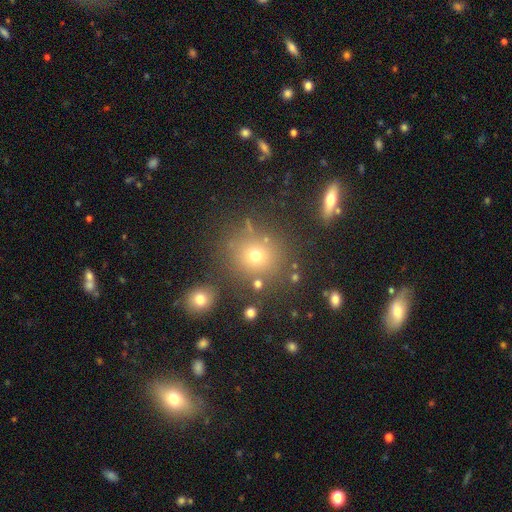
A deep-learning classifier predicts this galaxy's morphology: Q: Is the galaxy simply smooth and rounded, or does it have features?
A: smooth — 67%.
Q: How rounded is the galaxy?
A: round — 87%.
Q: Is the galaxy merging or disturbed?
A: none — 80%.